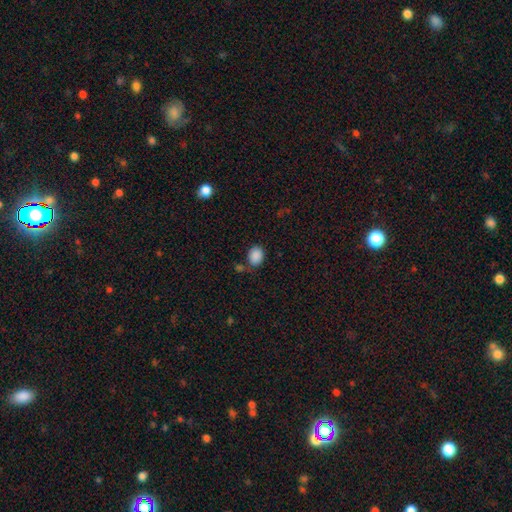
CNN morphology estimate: Q: Smooth or featured?
A: smooth (88%); runner-up: star or artifact (9%)
Q: How rounded?
A: in between (58%); runner-up: round (41%)
Q: Merging?
A: none (73%); runner-up: minor disturbance (15%)